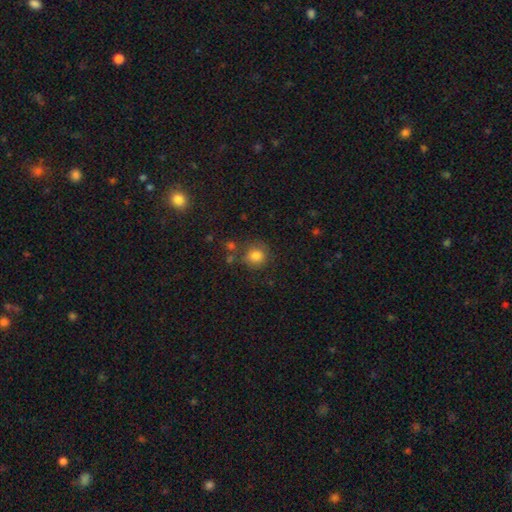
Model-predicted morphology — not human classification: Smooth or featured? Predicted: smooth (p=0.81). How rounded? Predicted: round (p=0.88). Merging? Predicted: none (p=0.75).